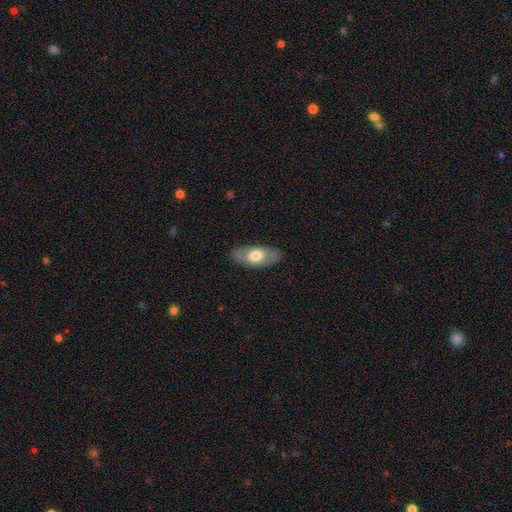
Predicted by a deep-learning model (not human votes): smooth-or-featured: smooth: 54% | featured or disk: 41% | star or artifact: 5%
  how-rounded: in between: 88% | cigar-shaped: 7% | round: 5%
  merging: none: 85% | minor disturbance: 11% | major disturbance: 3% | merger: 1%